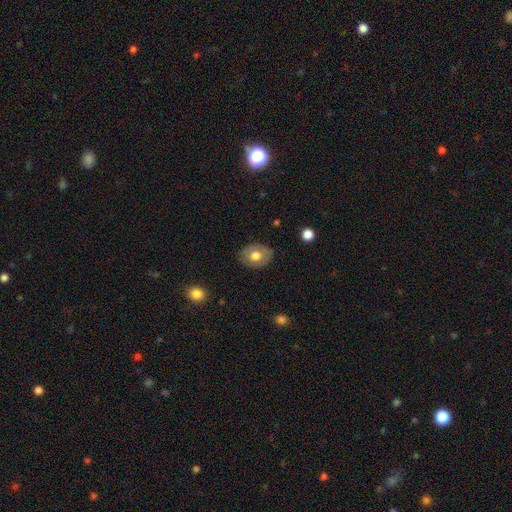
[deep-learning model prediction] This is likely a smooth galaxy (66%). How rounded: likely in between (69%). Merging: clearly none (82%).